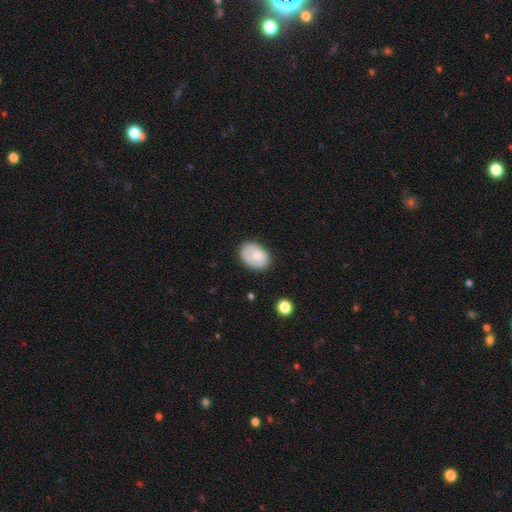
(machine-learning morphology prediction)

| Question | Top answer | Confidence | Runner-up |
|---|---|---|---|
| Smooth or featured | smooth | 74% | featured or disk (19%) |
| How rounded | in between | 79% | round (20%) |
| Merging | none | 76% | minor disturbance (18%) |